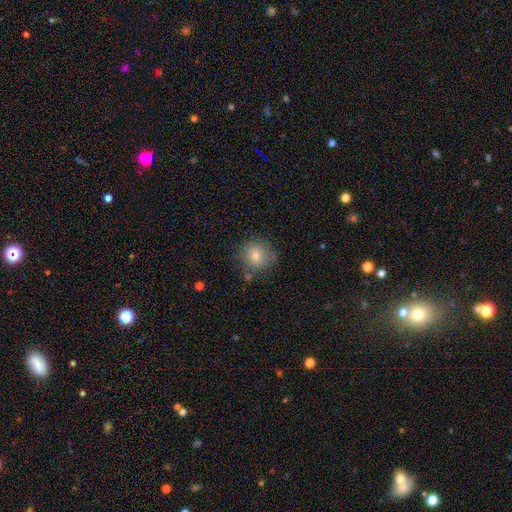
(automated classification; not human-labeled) Smooth or featured? Predicted: smooth (p=0.76). How rounded? Predicted: round (p=0.88). Merging? Predicted: none (p=0.77).